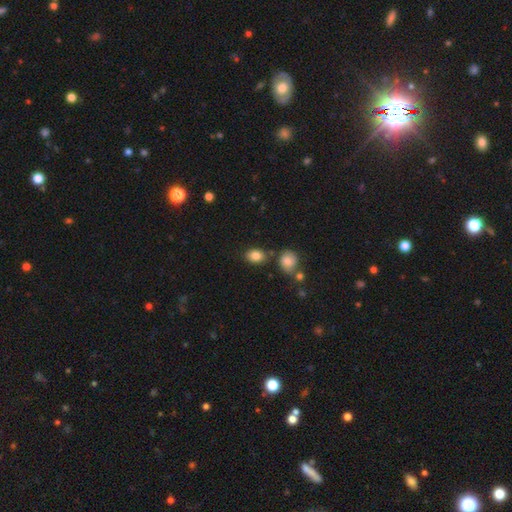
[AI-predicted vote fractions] Smooth or featured?
  - smooth: 84% *
  - star or artifact: 9%
  - featured or disk: 7%
How rounded?
  - in between: 71% *
  - round: 27%
  - cigar-shaped: 1%
Merging?
  - none: 75% *
  - minor disturbance: 13%
  - merger: 9%
  - major disturbance: 3%